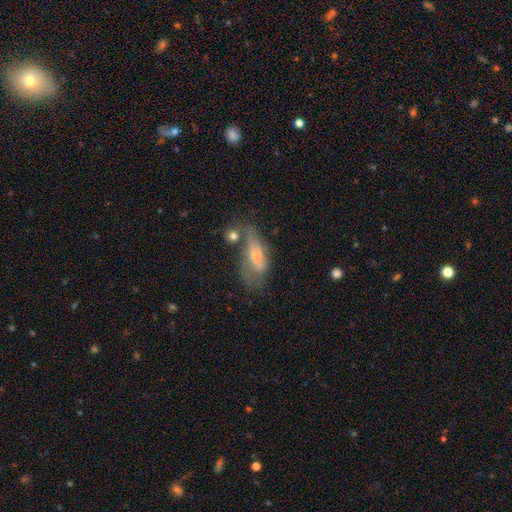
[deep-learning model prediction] This is possibly a featured or disk galaxy (47%). Merging: marginally none (42%).